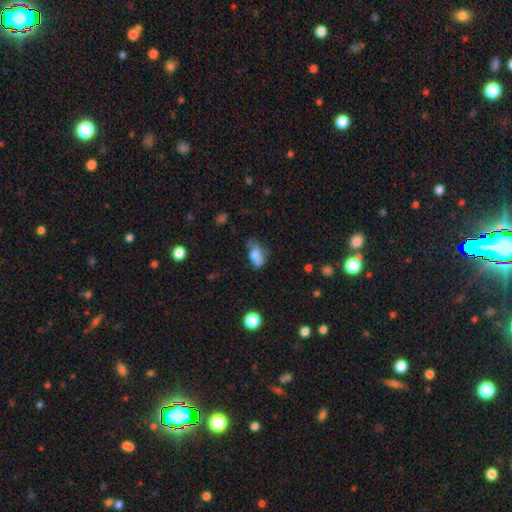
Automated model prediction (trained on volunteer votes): Morphology: type=smooth (70%); roundness=in between (85%); merging=none (40%).